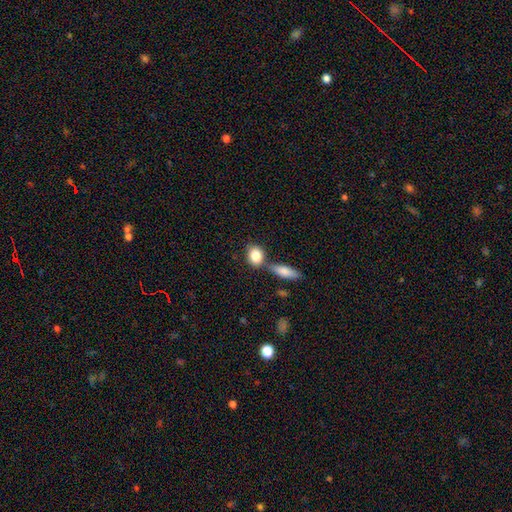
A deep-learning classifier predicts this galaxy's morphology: Smooth or featured? Predicted: smooth (p=0.84). How rounded? Predicted: in between (p=0.53). Merging? Predicted: none (p=0.57).